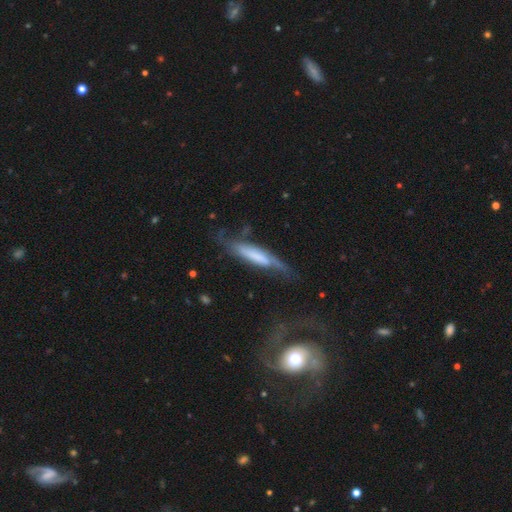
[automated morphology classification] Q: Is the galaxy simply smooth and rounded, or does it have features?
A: featured or disk — 57%.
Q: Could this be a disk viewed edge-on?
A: yes — 58%.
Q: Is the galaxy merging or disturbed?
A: none — 48%.